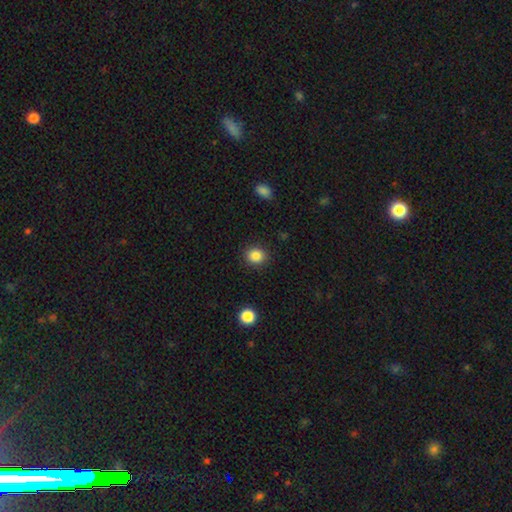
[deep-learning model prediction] Q: Smooth or featured?
A: smooth (86%); runner-up: star or artifact (10%)
Q: How rounded?
A: round (75%); runner-up: in between (25%)
Q: Merging?
A: none (89%); runner-up: minor disturbance (7%)